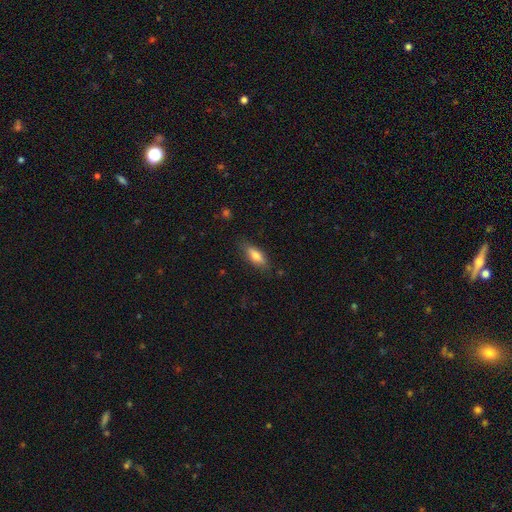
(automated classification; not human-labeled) A smooth galaxy with no disk features (74%) that is in between round and cigar-shaped (66%).

Vote fractions:
- Smooth or featured? smooth: 74% / featured or disk: 19% / star or artifact: 7%
- How rounded? in between: 66% / cigar-shaped: 32% / round: 3%
- Merging? none: 82% / minor disturbance: 14% / major disturbance: 3% / merger: 1%